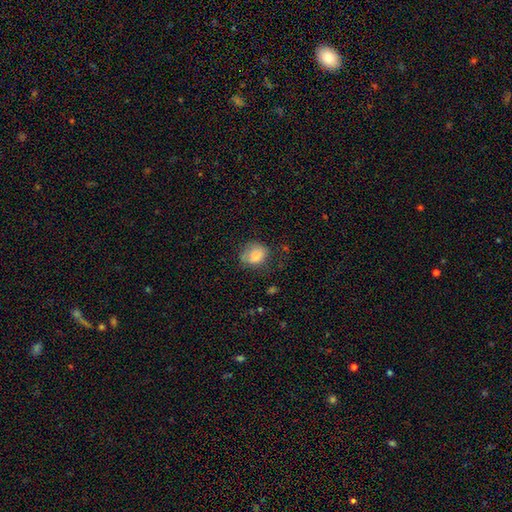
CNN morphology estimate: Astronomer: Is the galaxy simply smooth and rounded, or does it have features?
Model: smooth — 82%.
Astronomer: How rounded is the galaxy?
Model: in between — 54% (runner-up: round, 45%).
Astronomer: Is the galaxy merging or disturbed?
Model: none — 57%.